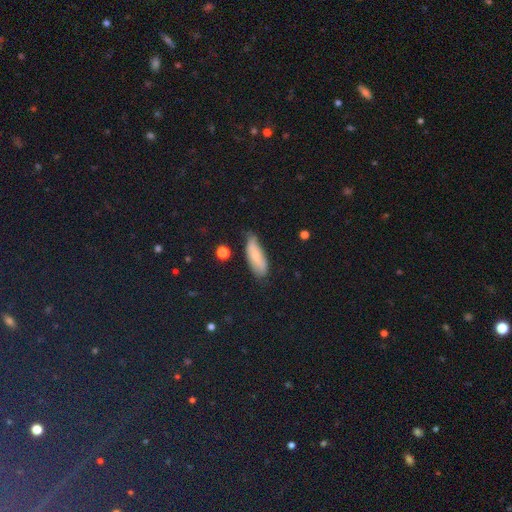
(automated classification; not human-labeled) Q: Smooth or featured?
A: smooth (68%); runner-up: featured or disk (23%)
Q: How rounded?
A: in between (67%); runner-up: cigar-shaped (30%)
Q: Merging?
A: none (55%); runner-up: minor disturbance (35%)